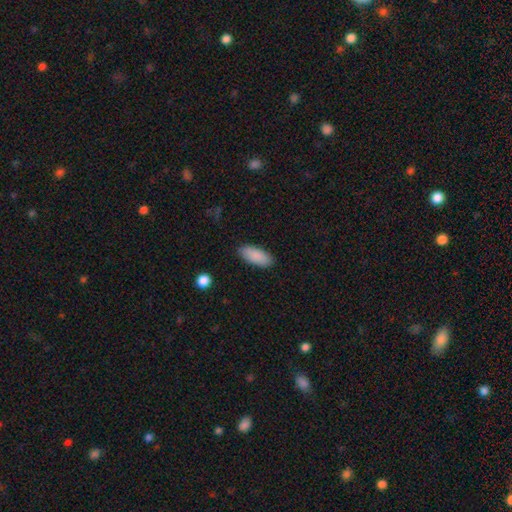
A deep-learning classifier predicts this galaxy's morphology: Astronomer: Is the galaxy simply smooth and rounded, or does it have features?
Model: smooth — 90%.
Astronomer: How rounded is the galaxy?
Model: in between — 85%.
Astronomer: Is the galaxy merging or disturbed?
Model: none — 88%.